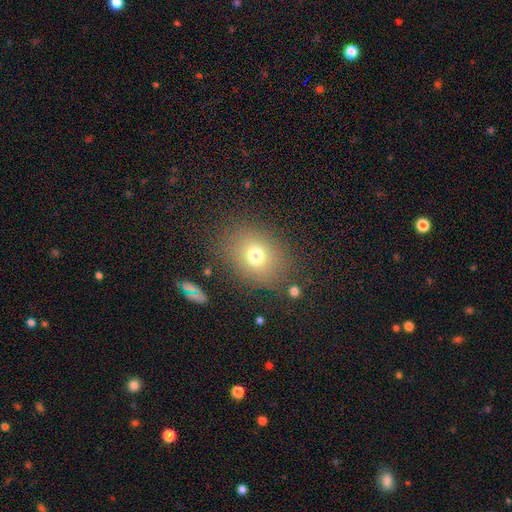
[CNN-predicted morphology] A smooth galaxy with no disk features (73%) that is in between round and cigar-shaped (57%). Merging: none (80%).